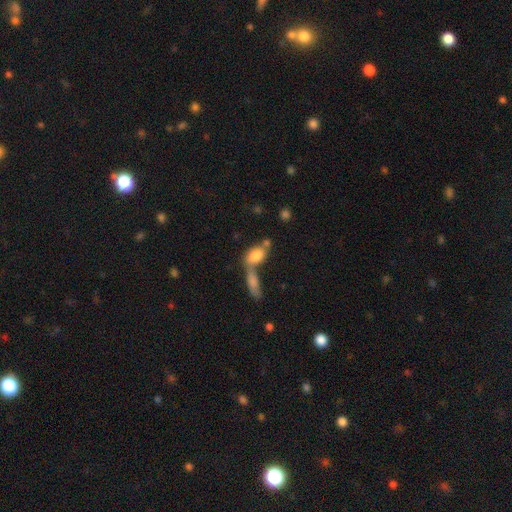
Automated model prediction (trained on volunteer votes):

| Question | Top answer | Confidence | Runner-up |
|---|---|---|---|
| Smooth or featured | smooth | 78% | featured or disk (14%) |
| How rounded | in between | 81% | round (12%) |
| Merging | merger | 54% | none (32%) |